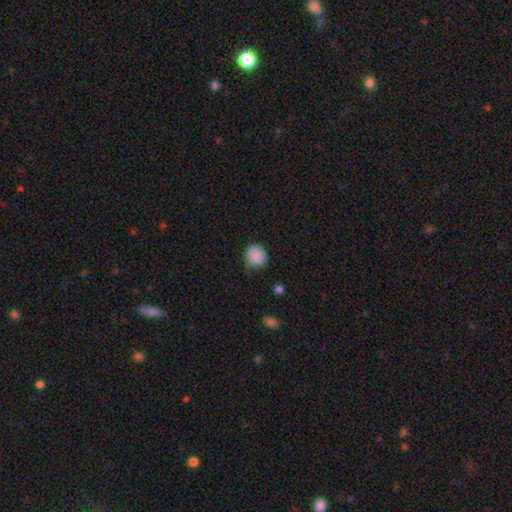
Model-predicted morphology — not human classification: A smooth galaxy with no disk features (87%) that is round (82%). Merging: none (66%).